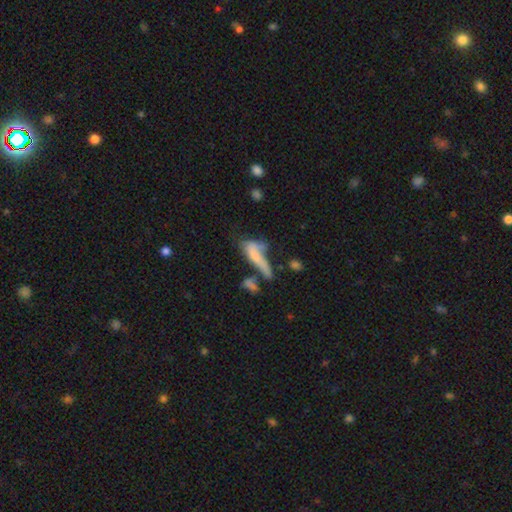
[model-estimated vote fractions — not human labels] Smooth or featured: smooth — 60% (featured or disk — 29%)
How rounded: cigar-shaped — 54% (in between — 42%)
Merging: merger — 33% (none — 25%)